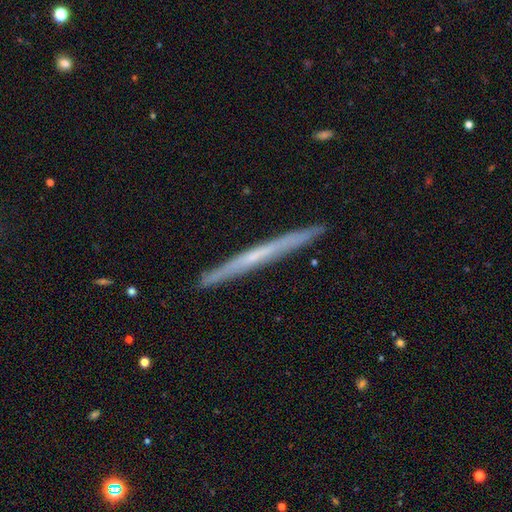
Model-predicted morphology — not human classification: The model was most divided on "smooth or featured": featured or disk: 60%, smooth: 34%, star or artifact: 6%. More confident: edge-on disk — yes (97%); merging — none (92%); edge-on bulge — none (81%).